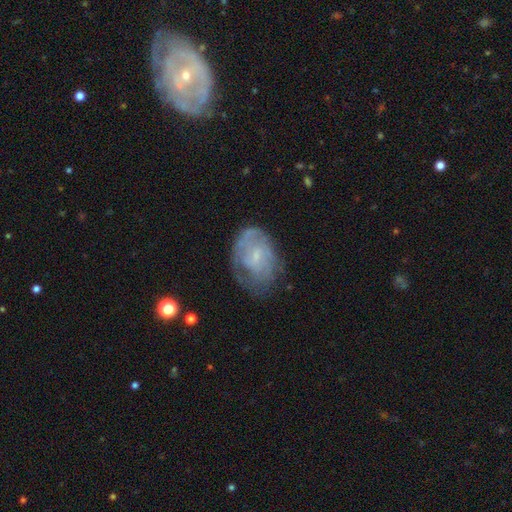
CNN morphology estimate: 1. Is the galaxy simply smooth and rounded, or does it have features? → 61% featured or disk, 31% smooth, 8% star or artifact.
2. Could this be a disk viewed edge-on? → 96% no, 4% yes.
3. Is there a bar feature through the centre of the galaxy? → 53% no, 41% weak, 6% strong.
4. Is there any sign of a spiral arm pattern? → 69% yes, 31% no.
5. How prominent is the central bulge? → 66% small, 18% moderate, 14% none, 1% large, 1% dominant.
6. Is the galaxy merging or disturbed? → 52% none, 28% minor disturbance, 17% major disturbance, 2% merger.